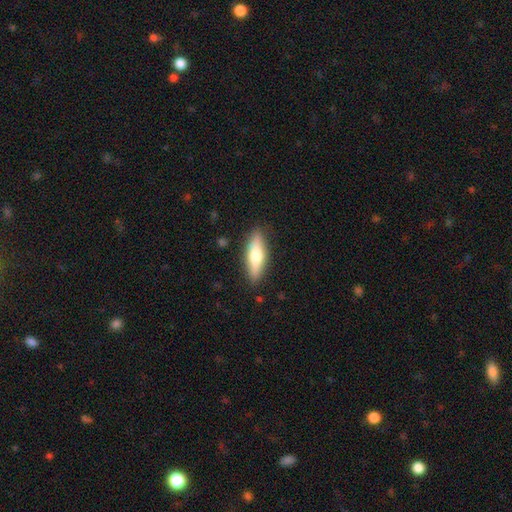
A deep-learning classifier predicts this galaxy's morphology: Smooth or featured: smooth — 60% (featured or disk — 34%)
How rounded: cigar-shaped — 51% (in between — 47%)
Merging: none — 86% (minor disturbance — 10%)